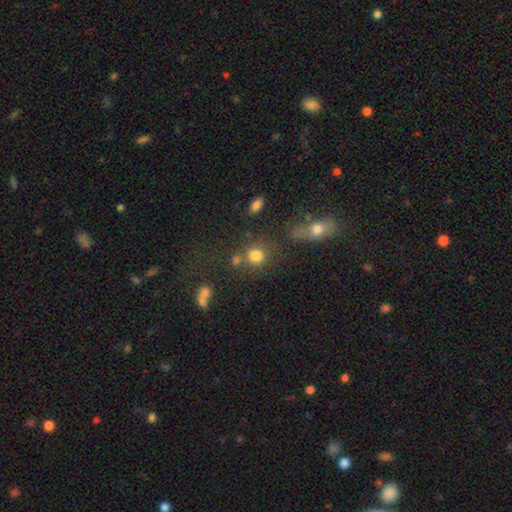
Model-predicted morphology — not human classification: Smooth or featured? smooth (79%)
How rounded? round (69%)
Merging? none (57%)